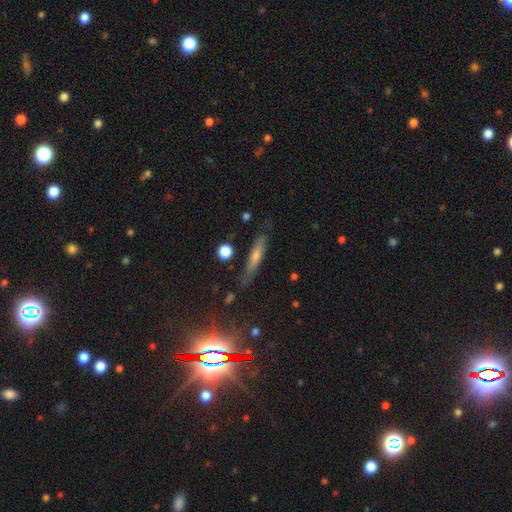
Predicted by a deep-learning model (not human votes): A featured or disk galaxy (40%).

Vote fractions:
- Smooth or featured? featured or disk: 40% / star or artifact: 34% / smooth: 25%
- Merging? none: 78% / minor disturbance: 14% / major disturbance: 5% / merger: 3%